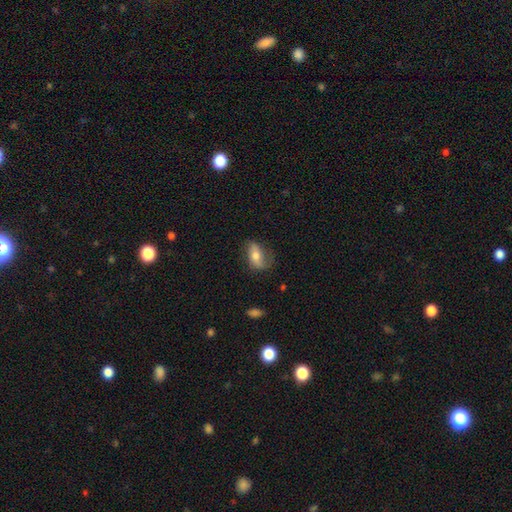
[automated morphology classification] Q: Smooth or featured?
A: smooth (56%); runner-up: featured or disk (37%)
Q: How rounded?
A: in between (84%); runner-up: cigar-shaped (9%)
Q: Merging?
A: none (64%); runner-up: minor disturbance (25%)